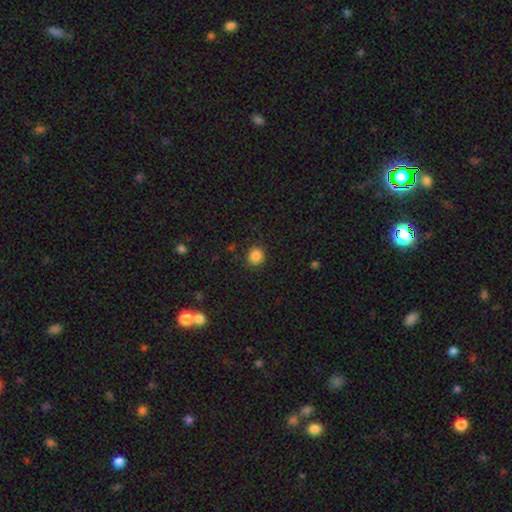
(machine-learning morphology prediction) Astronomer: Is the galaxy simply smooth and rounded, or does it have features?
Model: smooth — 86%.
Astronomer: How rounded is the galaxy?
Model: round — 80%.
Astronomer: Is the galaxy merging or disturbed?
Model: none — 89%.